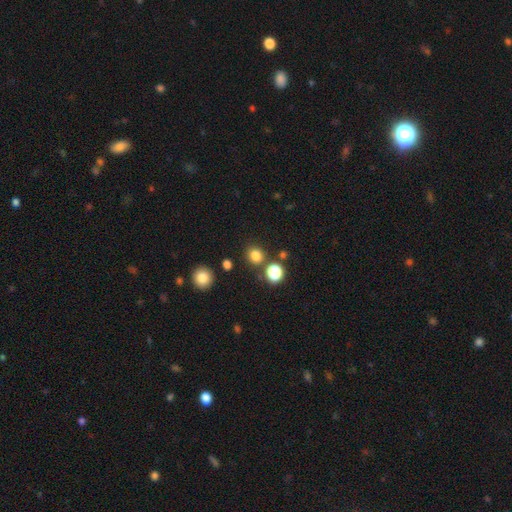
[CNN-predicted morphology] Smooth or featured?
  - smooth: 79% *
  - star or artifact: 16%
  - featured or disk: 5%
How rounded?
  - round: 83% *
  - in between: 16%
  - cigar-shaped: 1%
Merging?
  - none: 81% *
  - minor disturbance: 8%
  - merger: 8%
  - major disturbance: 3%